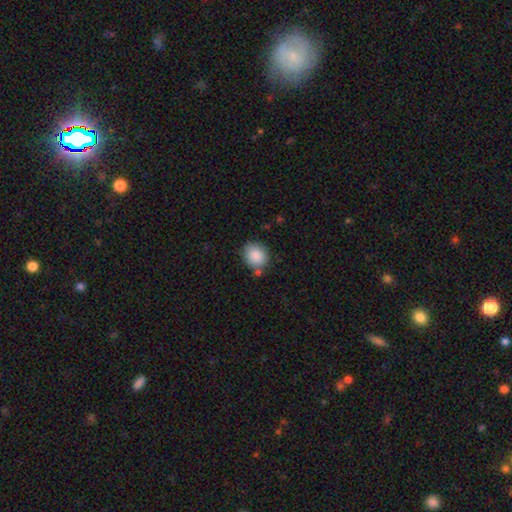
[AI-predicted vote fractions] Smooth or featured: smooth — 88% (star or artifact — 7%)
How rounded: round — 63% (in between — 36%)
Merging: none — 73% (minor disturbance — 15%)